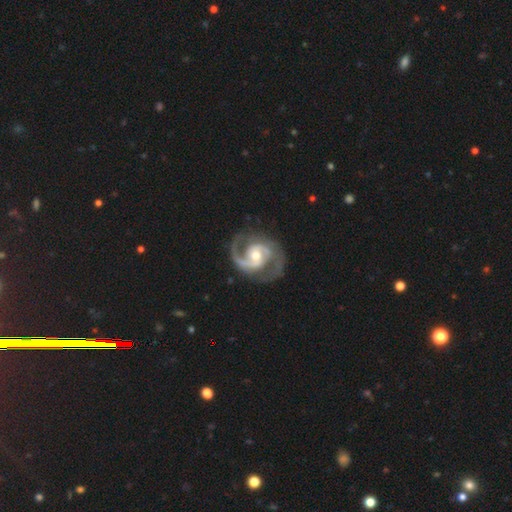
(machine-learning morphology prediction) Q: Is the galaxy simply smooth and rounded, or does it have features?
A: featured or disk — 92%.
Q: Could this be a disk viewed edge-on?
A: no — 98%.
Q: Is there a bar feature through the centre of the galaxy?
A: no — 52%.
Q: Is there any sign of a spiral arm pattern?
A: yes — 98%.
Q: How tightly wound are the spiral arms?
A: medium — 60%.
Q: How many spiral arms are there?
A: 2 — 90%.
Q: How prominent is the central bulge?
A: moderate — 70%.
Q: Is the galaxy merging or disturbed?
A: none — 77%.